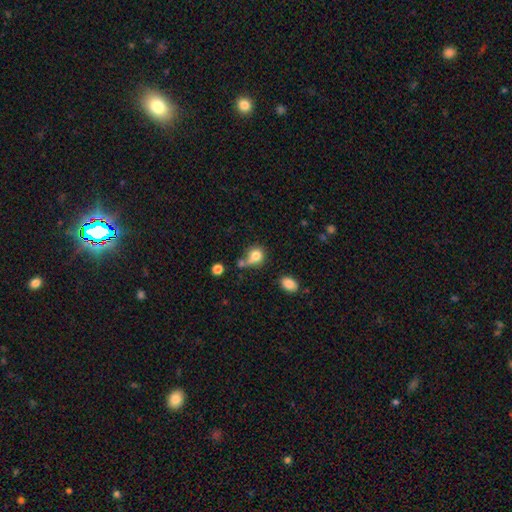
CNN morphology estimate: This appears to be a smooth galaxy with no disk features (80%) that is round (71%). Merging: none (43%).